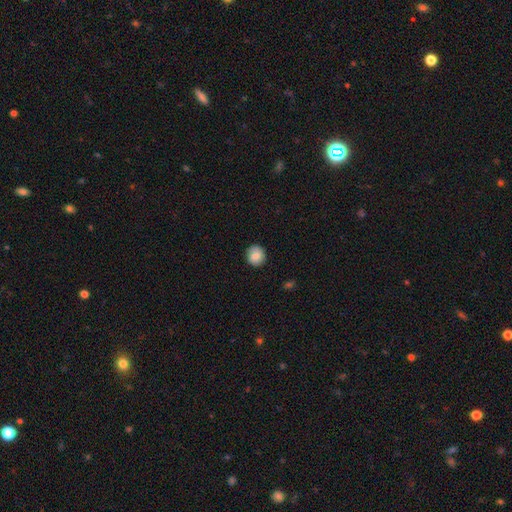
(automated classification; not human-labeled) Smooth or featured: smooth — 84% (featured or disk — 9%)
How rounded: round — 88% (in between — 11%)
Merging: none — 86% (minor disturbance — 11%)